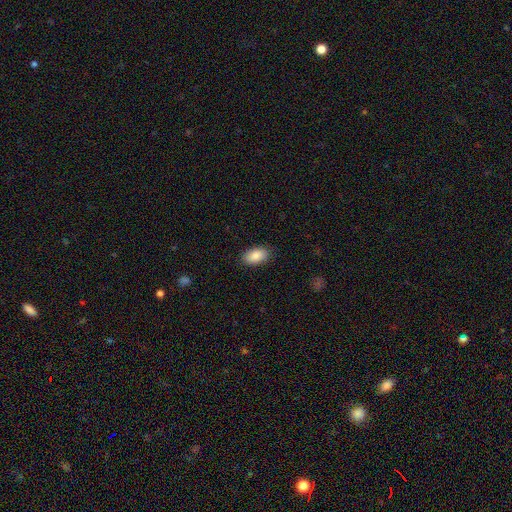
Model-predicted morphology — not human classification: type=smooth (87%); roundness=in between (94%); merging=none (88%).